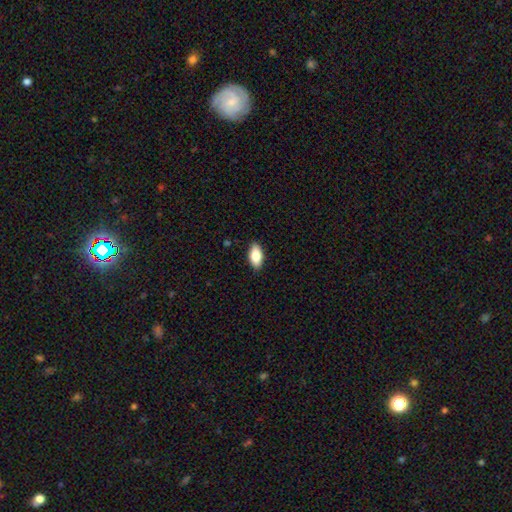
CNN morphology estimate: Smooth or featured: smooth — 83% (featured or disk — 10%)
How rounded: in between — 91% (cigar-shaped — 6%)
Merging: none — 89% (minor disturbance — 9%)